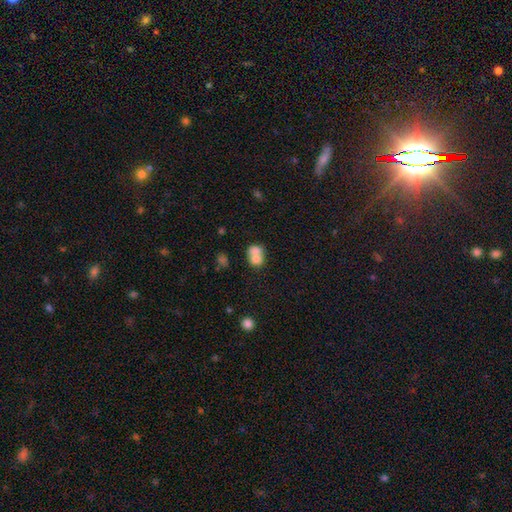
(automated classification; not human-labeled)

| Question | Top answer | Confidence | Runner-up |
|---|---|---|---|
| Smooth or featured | smooth | 72% | featured or disk (18%) |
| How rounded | round | 59% | in between (40%) |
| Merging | merger | 68% | none (22%) |